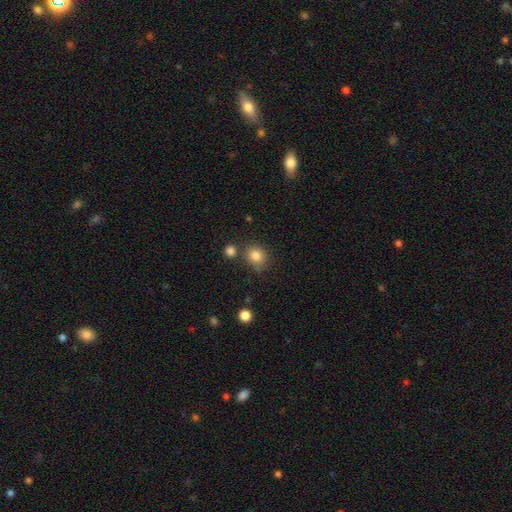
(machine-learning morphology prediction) smooth 84%, star or artifact 11%, featured or disk 6%. Down the decision tree: how rounded — round (77%); merging — none (73%).